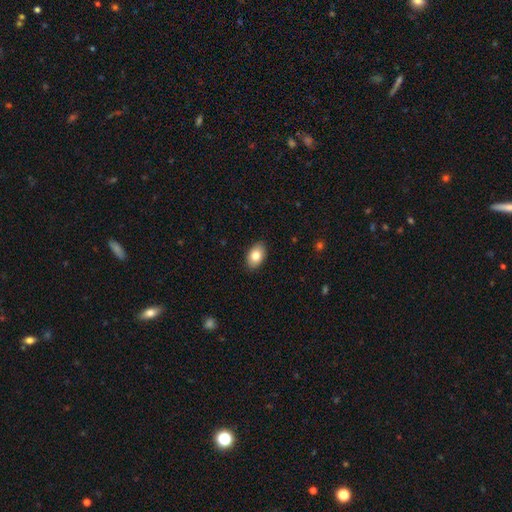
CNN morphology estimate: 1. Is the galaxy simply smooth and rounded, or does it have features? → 82% smooth, 10% featured or disk, 7% star or artifact.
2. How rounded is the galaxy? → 89% in between, 9% round, 1% cigar-shaped.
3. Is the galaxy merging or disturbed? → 89% none, 8% minor disturbance, 2% major disturbance, 1% merger.